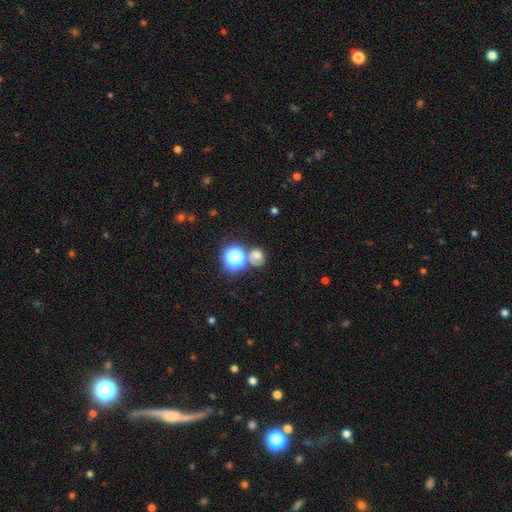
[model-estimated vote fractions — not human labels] Overall: smooth (64%; star or artifact 26%). How rounded: round (68%; in between 31%). Merging: none (59%; merger 22%).